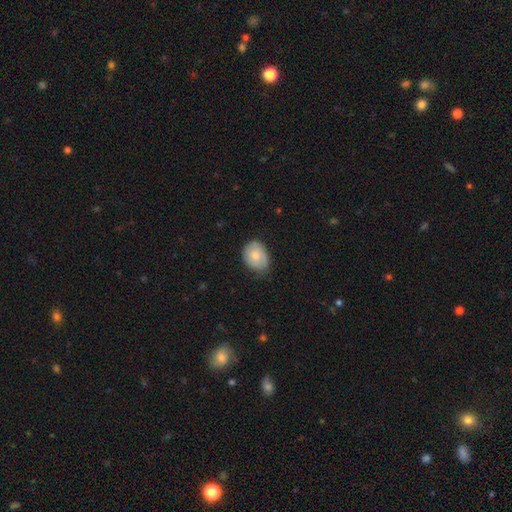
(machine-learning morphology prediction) This is likely a smooth galaxy (77%). How rounded: likely in between (65%). Merging: likely none (66%).